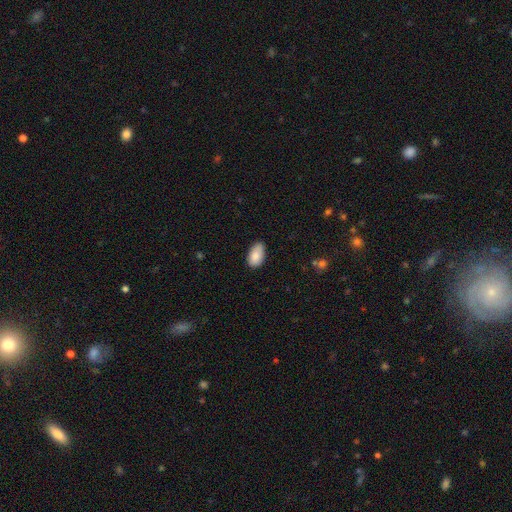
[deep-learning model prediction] Overall: smooth (87%). How rounded: in between (94%). Merging: none (75%).